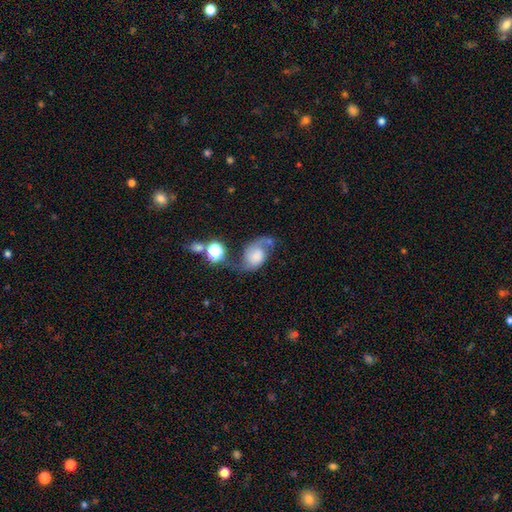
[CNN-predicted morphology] This is likely a featured or disk galaxy (66%). It is clearly not viewed edge-on (97%). Bar: likely no (71%). Spiral arm pattern: clearly yes (92%). Spiral arm count: clearly 2 (83%). Spiral winding: possibly loose (58%). Central bulge: marginally none (28%). Merging: marginally none (42%).